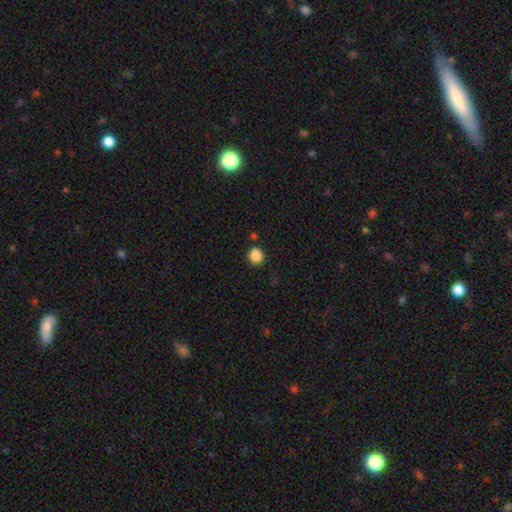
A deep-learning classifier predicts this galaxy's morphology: Smooth or featured: smooth — 86% (star or artifact — 10%)
How rounded: round — 87% (in between — 12%)
Merging: none — 84% (minor disturbance — 9%)